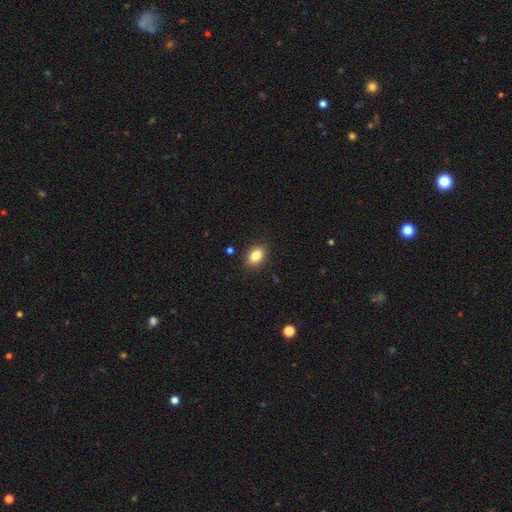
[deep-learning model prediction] smooth_or_featured: smooth (p=0.84) [alt: star or artifact p=0.09]
how_rounded: in between (p=0.81) [alt: round p=0.18]
merging: none (p=0.88) [alt: minor disturbance p=0.09]